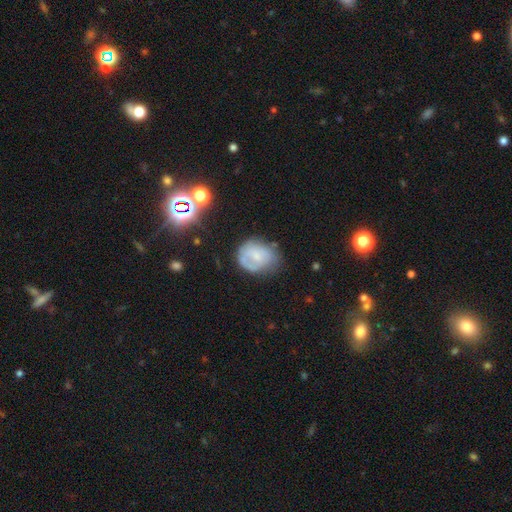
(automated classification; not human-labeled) smooth 53%, featured or disk 37%, star or artifact 10%. Down the decision tree: how rounded — round (56%); merging — none (50%).